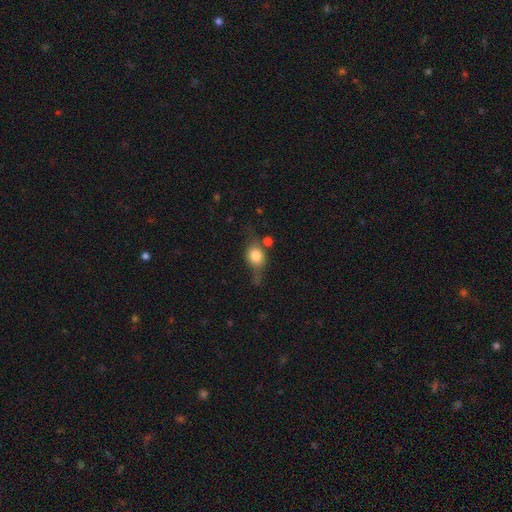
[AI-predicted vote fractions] This appears to be a smooth galaxy with no disk features (65%) that is round (55%). Merging: none (52%).